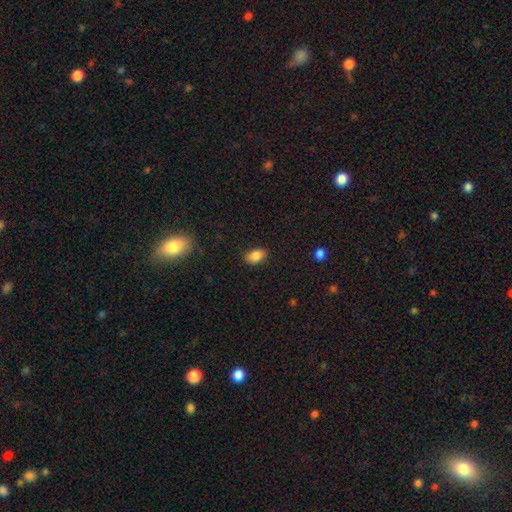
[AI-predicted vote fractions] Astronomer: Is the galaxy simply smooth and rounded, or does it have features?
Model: smooth — 86%.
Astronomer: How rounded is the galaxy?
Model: in between — 89%.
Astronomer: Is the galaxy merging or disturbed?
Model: none — 87%.